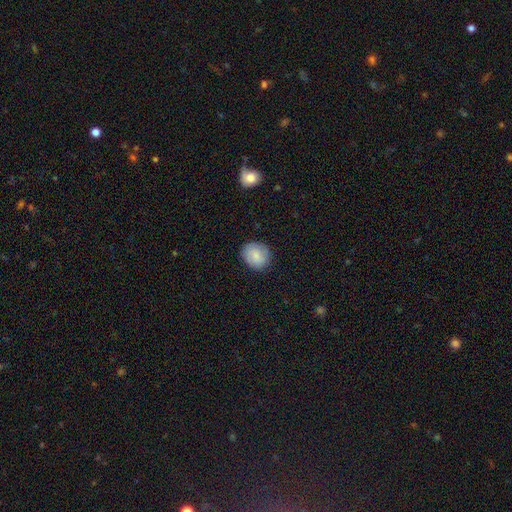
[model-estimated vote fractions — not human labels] Smooth or featured?
  - smooth: 82% *
  - featured or disk: 11%
  - star or artifact: 7%
How rounded?
  - round: 68% *
  - in between: 31%
  - cigar-shaped: 1%
Merging?
  - none: 84% *
  - minor disturbance: 12%
  - major disturbance: 3%
  - merger: 1%